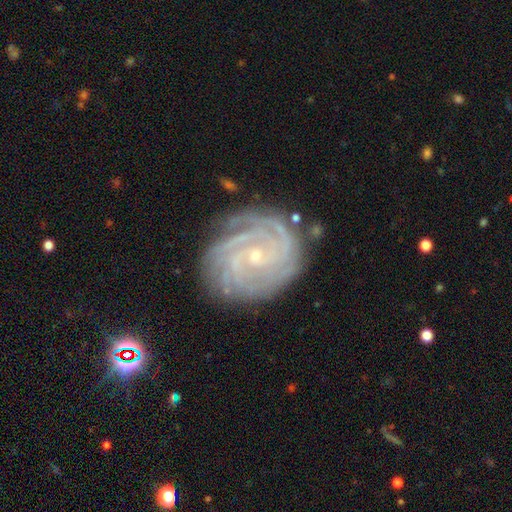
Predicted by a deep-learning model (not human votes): Smooth or featured: featured or disk — 88% (star or artifact — 7%)
Edge-on disk: no — 97% (yes — 3%)
Bar: no — 69% (weak — 24%)
Spiral arms: yes — 98% (no — 2%)
Spiral winding: tight — 82% (medium — 16%)
Spiral arm count: 4 — 31% (can't tell — 19%)
Bulge size: small — 83% (moderate — 13%)
Merging: none — 78% (minor disturbance — 15%)